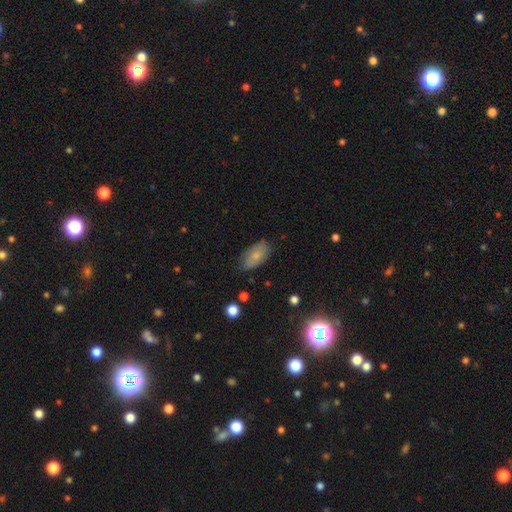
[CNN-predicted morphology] The model was most divided on "merging": none: 76%, minor disturbance: 19%, major disturbance: 4%, merger: 1%. More confident: how rounded — in between (92%); smooth or featured — smooth (74%).